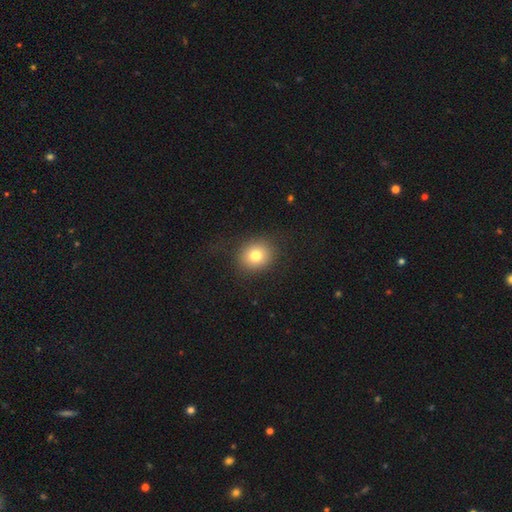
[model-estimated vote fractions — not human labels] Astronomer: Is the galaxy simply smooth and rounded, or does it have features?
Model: smooth — 79%.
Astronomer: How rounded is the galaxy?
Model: round — 74%.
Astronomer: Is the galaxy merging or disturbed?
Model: none — 85%.